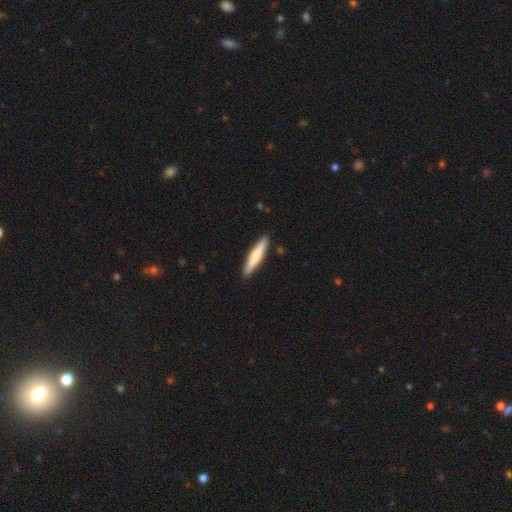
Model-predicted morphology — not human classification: A smooth galaxy with no disk features (62%) that is cigar-shaped (90%).

Vote fractions:
- Smooth or featured? smooth: 62% / featured or disk: 33% / star or artifact: 5%
- How rounded? cigar-shaped: 90% / in between: 9% / round: 1%
- Merging? none: 90% / minor disturbance: 7% / major disturbance: 1% / merger: 1%